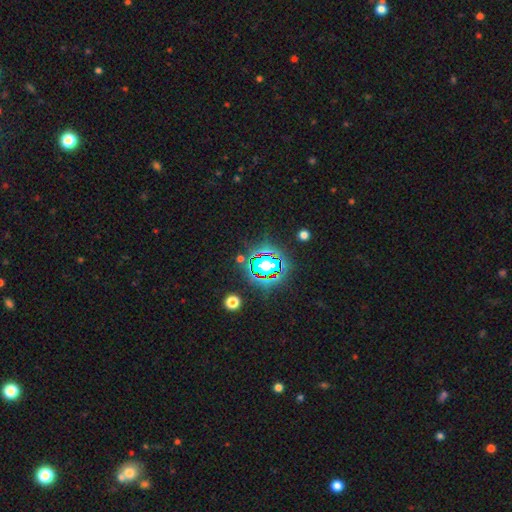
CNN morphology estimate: The model was most divided on "smooth or featured": star or artifact: 80%, smooth: 12%, featured or disk: 8%.